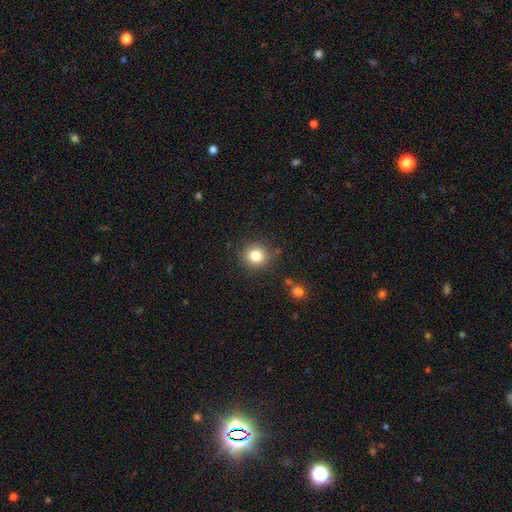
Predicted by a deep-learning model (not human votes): smooth_or_featured: smooth (p=0.82) [alt: star or artifact p=0.12]
how_rounded: round (p=0.89) [alt: in between p=0.10]
merging: none (p=0.86) [alt: minor disturbance p=0.09]